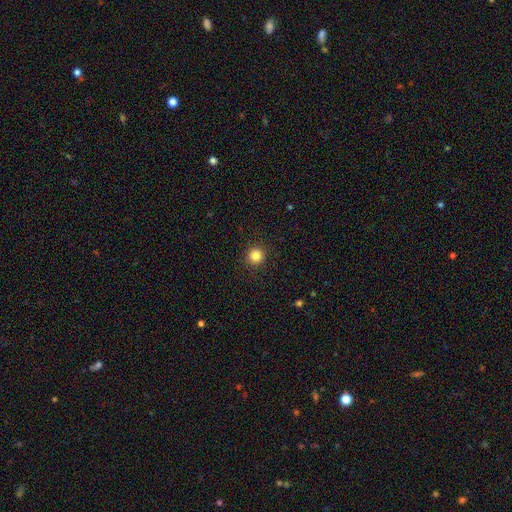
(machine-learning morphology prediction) type=smooth (84%); roundness=round (95%); merging=none (93%).